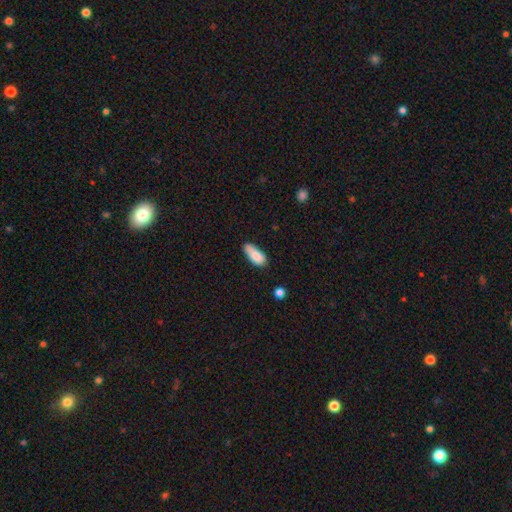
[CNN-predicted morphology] smooth 83%, featured or disk 10%, star or artifact 7%. Down the decision tree: how rounded — in between (80%); merging — none (57%).